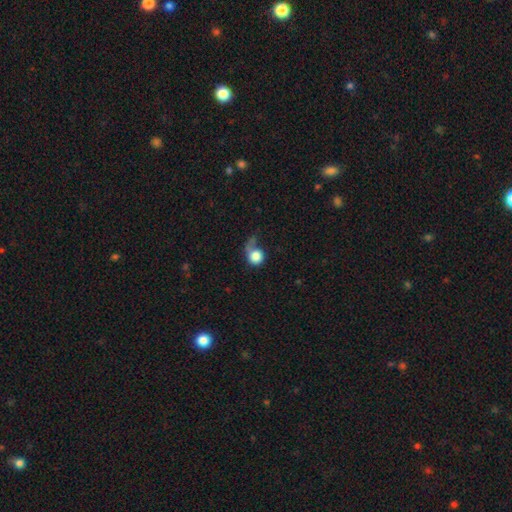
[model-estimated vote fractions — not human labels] The model was most divided on "merging": major disturbance: 40%, none: 30%, minor disturbance: 22%, merger: 9%. More confident: how rounded — round (82%); smooth or featured — smooth (77%).